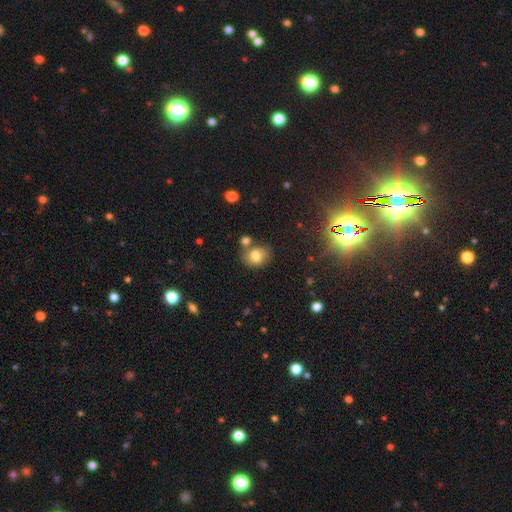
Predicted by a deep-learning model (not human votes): Smooth or featured? smooth (76%)
How rounded? round (61%)
Merging? none (60%)